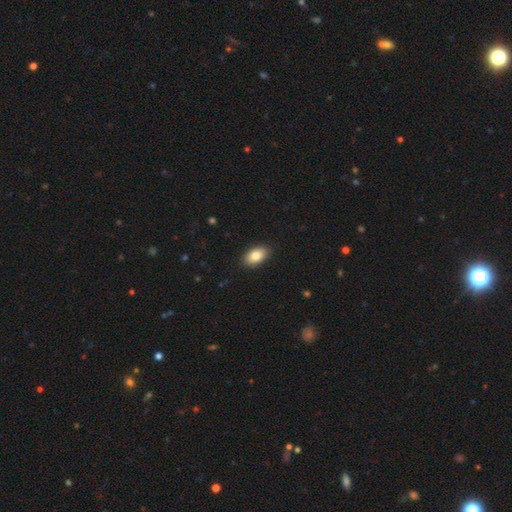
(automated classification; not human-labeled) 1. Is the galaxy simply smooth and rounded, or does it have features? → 84% smooth, 9% featured or disk, 7% star or artifact.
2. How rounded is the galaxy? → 93% in between, 5% round, 2% cigar-shaped.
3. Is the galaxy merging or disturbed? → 89% none, 8% minor disturbance, 2% major disturbance, 1% merger.